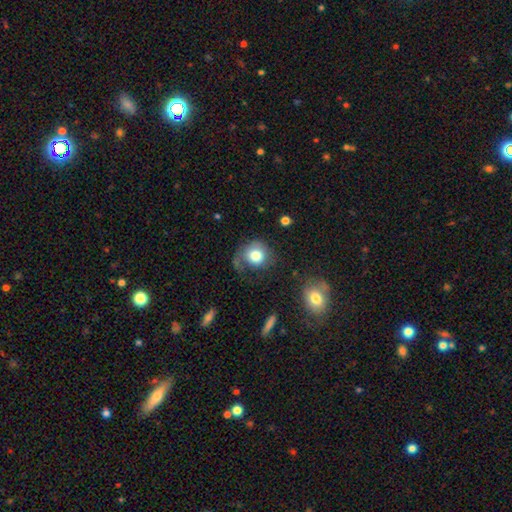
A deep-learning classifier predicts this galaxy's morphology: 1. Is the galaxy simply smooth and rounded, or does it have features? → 75% smooth, 15% featured or disk, 9% star or artifact.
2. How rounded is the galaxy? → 81% round, 18% in between, 1% cigar-shaped.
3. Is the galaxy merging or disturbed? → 51% none, 23% minor disturbance, 22% major disturbance, 4% merger.